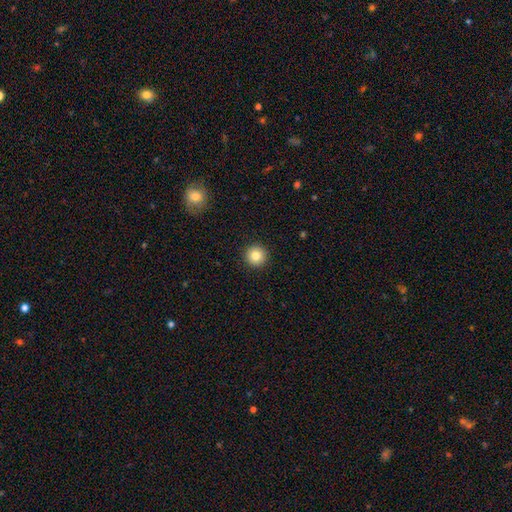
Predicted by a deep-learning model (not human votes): Smooth or featured? smooth (83%)
How rounded? round (96%)
Merging? none (93%)